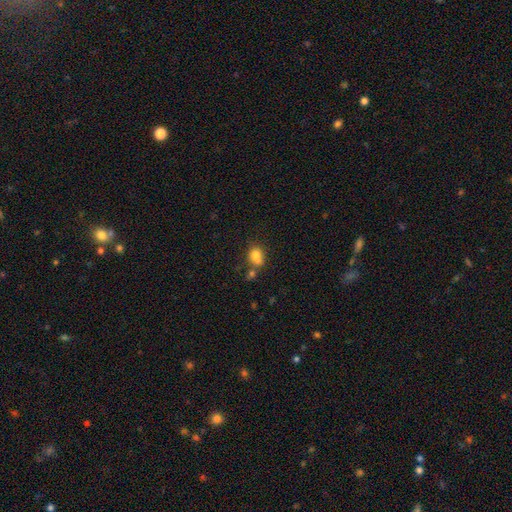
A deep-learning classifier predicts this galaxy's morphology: Smooth or featured: smooth — 79% (featured or disk — 11%)
How rounded: round — 52% (in between — 47%)
Merging: none — 48% (merger — 29%)